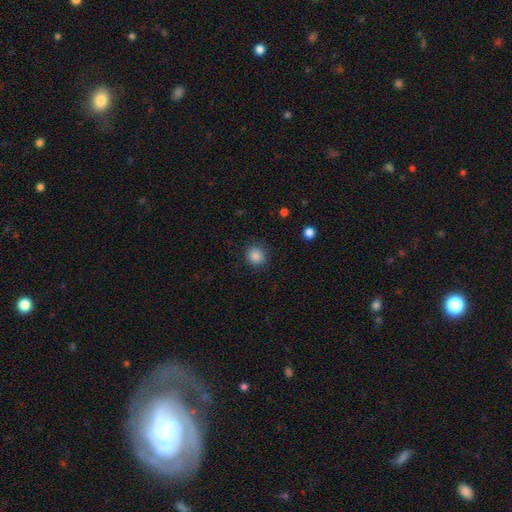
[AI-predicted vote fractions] Smooth or featured: smooth — 86% (star or artifact — 10%)
How rounded: round — 81% (in between — 18%)
Merging: none — 87% (minor disturbance — 9%)